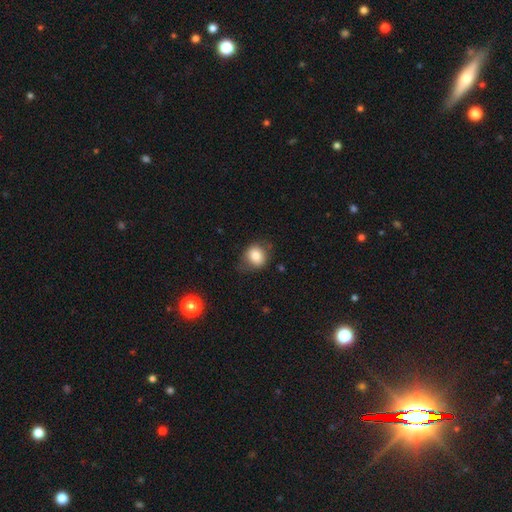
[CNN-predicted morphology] Smooth or featured? smooth (78%)
How rounded? round (73%)
Merging? none (64%)